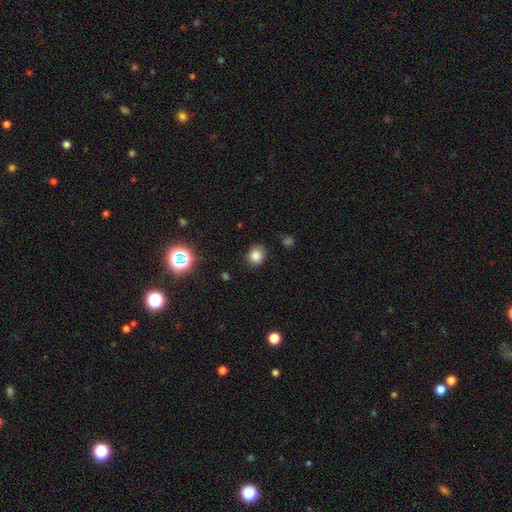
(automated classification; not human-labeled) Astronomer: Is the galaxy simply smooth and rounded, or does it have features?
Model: smooth — 82%.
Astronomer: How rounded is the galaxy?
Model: round — 80%.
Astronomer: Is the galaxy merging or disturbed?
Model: none — 85%.